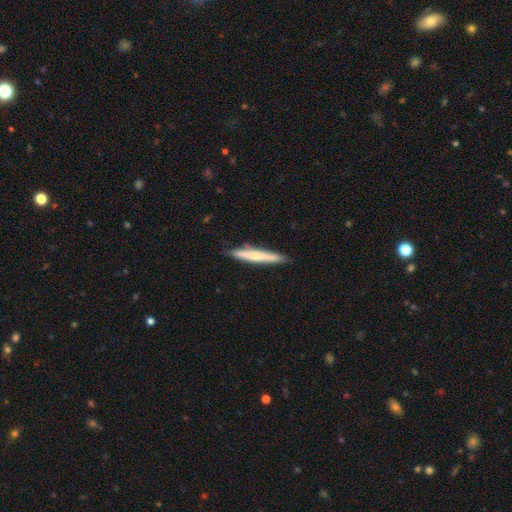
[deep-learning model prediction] The model was most divided on "smooth or featured": smooth: 57%, featured or disk: 37%, star or artifact: 6%. More confident: how rounded — cigar-shaped (95%); merging — none (86%).